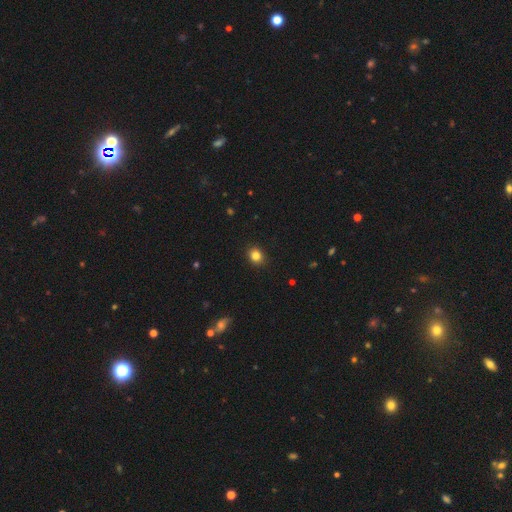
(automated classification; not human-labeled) A smooth galaxy with no disk features (84%) that is round (68%).

Vote fractions:
- Smooth or featured? smooth: 84% / star or artifact: 11% / featured or disk: 5%
- How rounded? round: 68% / in between: 31% / cigar-shaped: 1%
- Merging? none: 90% / minor disturbance: 7% / major disturbance: 2% / merger: 1%